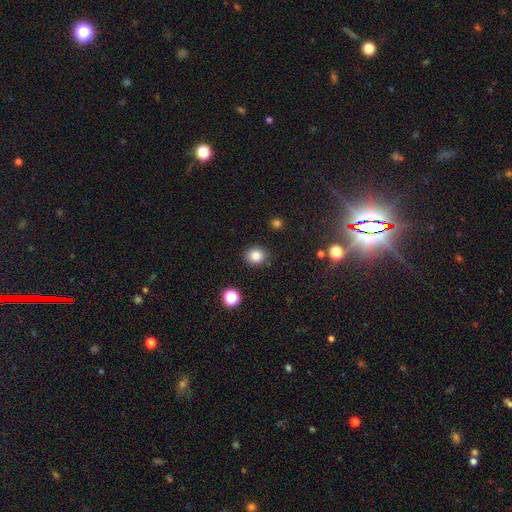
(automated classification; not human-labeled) smooth 84%, star or artifact 11%, featured or disk 5%. Down the decision tree: how rounded — round (74%); merging — none (85%).